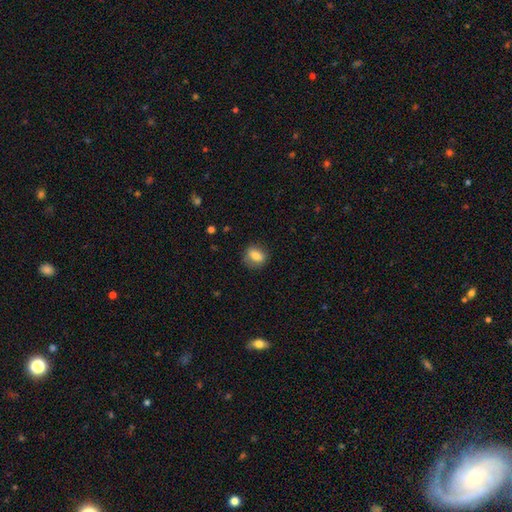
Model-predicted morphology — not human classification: Overall: smooth (80%). How rounded: in between (58%; round 40%). Merging: none (75%).